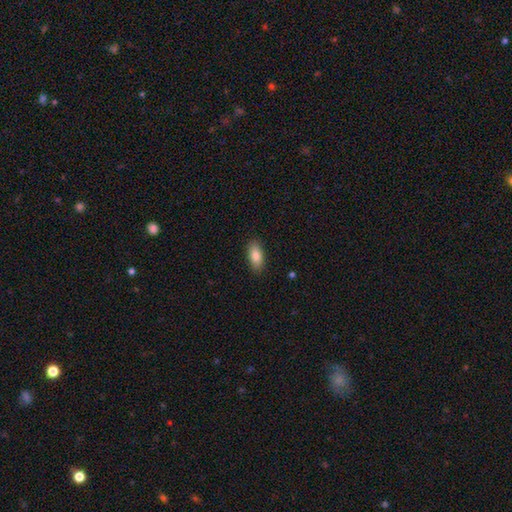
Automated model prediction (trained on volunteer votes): smooth 83%, featured or disk 10%, star or artifact 7%. Down the decision tree: how rounded — in between (87%); merging — none (88%).